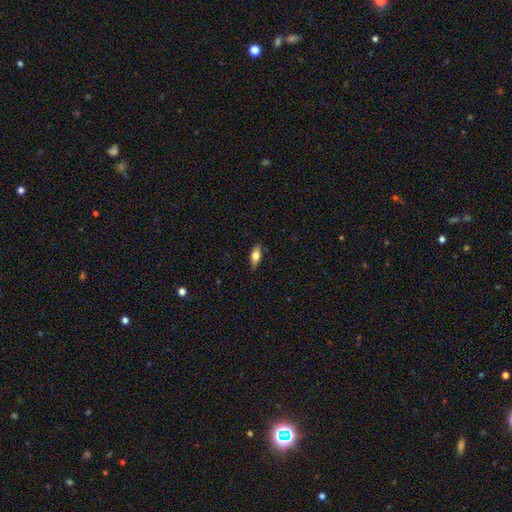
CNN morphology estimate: The model was most divided on "smooth or featured": smooth: 68%, featured or disk: 25%, star or artifact: 7%. More confident: merging — none (84%); how rounded — in between (77%).